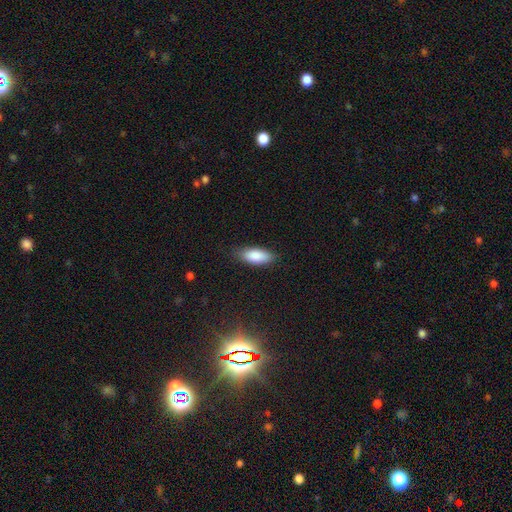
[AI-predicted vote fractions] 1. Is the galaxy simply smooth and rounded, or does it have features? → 87% smooth, 7% featured or disk, 6% star or artifact.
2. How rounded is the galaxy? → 82% in between, 16% cigar-shaped, 2% round.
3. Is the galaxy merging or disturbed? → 84% none, 13% minor disturbance, 3% major disturbance, 1% merger.